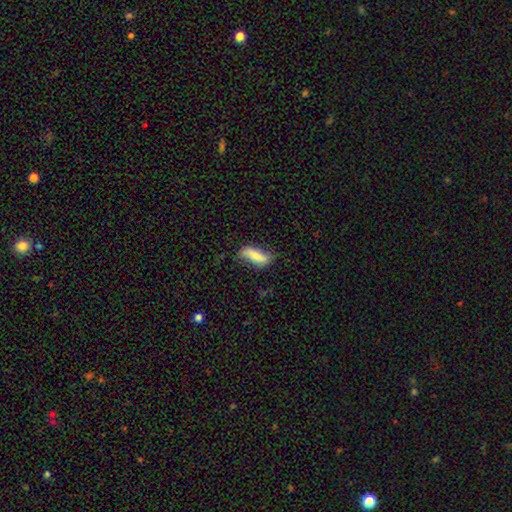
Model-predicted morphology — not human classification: type=smooth (69%); roundness=in between (62%); merging=none (65%).